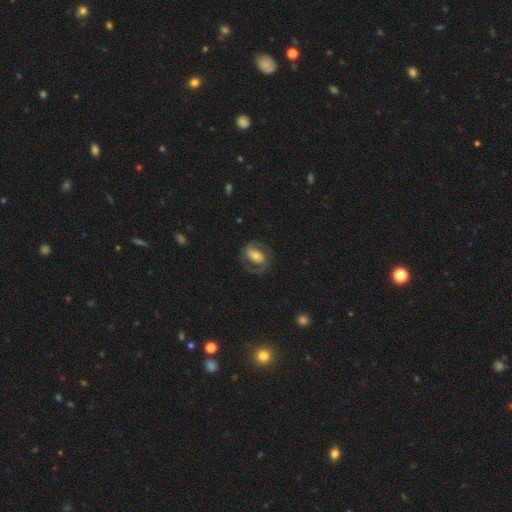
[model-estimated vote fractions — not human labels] Smooth or featured?
  - featured or disk: 73% *
  - smooth: 21%
  - star or artifact: 6%
Edge-on disk?
  - no: 97% *
  - yes: 3%
Bar?
  - weak: 34% *
  - no: 33%
  - strong: 32%
Spiral arms?
  - yes: 88% *
  - no: 12%
Spiral winding?
  - medium: 53% *
  - tight: 28%
  - loose: 20%
Spiral arm count?
  - 2: 89% *
  - can't tell: 5%
  - 1: 3%
  - 3: 1%
  - 4: 1%
  - more than 4: 1%
Bulge size?
  - moderate: 42% *
  - small: 31%
  - large: 19%
  - none: 4%
  - dominant: 3%
Merging?
  - none: 73% *
  - minor disturbance: 14%
  - major disturbance: 11%
  - merger: 1%